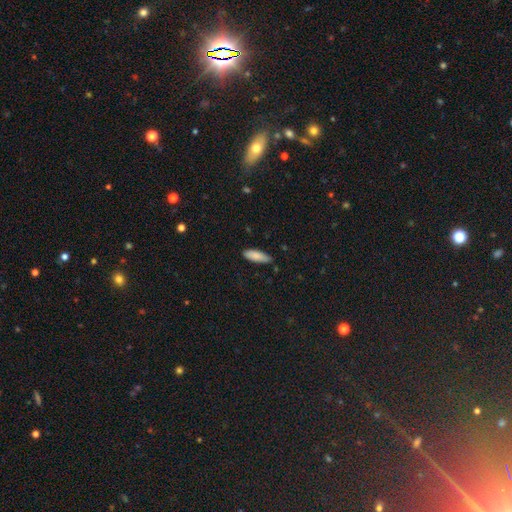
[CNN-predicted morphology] Smooth or featured? smooth (85%)
How rounded? in between (60%)
Merging? none (77%)